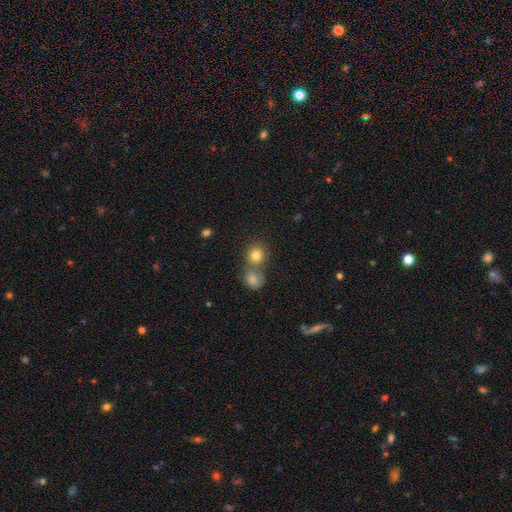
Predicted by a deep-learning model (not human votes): A smooth galaxy with no disk features (81%) that is round (84%). Merging: none (52%).